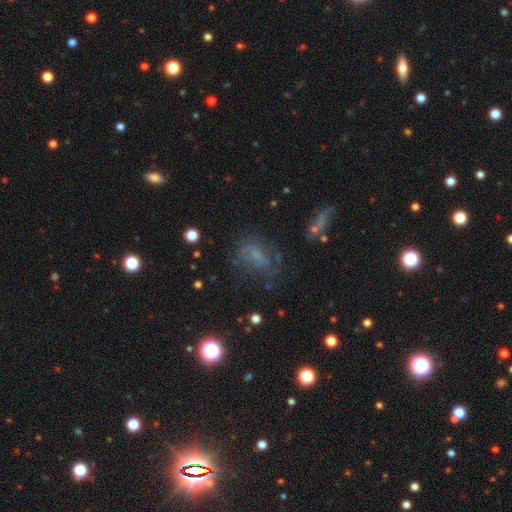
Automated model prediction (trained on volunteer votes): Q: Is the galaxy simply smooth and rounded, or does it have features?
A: featured or disk — 39%.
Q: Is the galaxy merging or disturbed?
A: none — 51%.